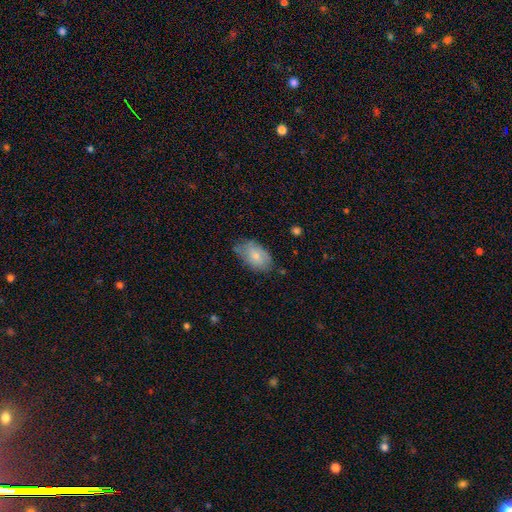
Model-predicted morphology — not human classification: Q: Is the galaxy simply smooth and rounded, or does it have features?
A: smooth — 71%.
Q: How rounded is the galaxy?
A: in between — 93%.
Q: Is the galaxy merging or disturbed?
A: none — 59%.